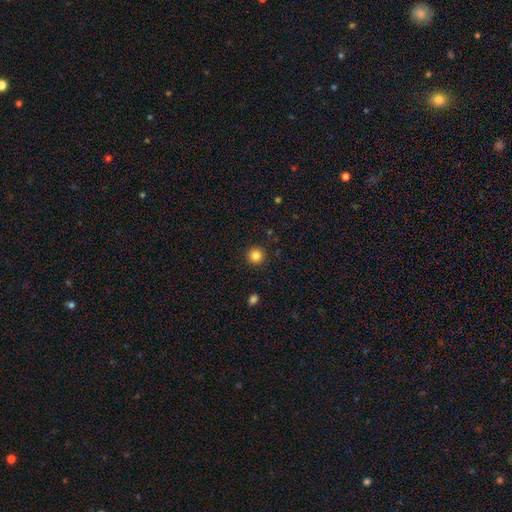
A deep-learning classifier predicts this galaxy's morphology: Smooth or featured?
  - smooth: 84% *
  - star or artifact: 11%
  - featured or disk: 4%
How rounded?
  - round: 95% *
  - in between: 4%
  - cigar-shaped: 1%
Merging?
  - none: 92% *
  - minor disturbance: 5%
  - major disturbance: 2%
  - merger: 1%